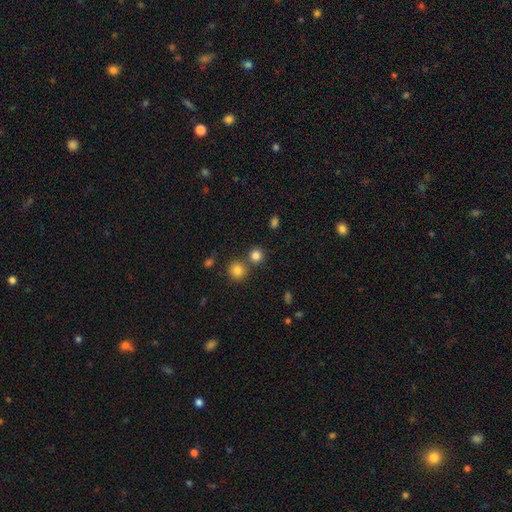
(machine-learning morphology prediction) This is clearly a smooth galaxy (82%). How rounded: clearly round (90%). Merging: likely none (71%).